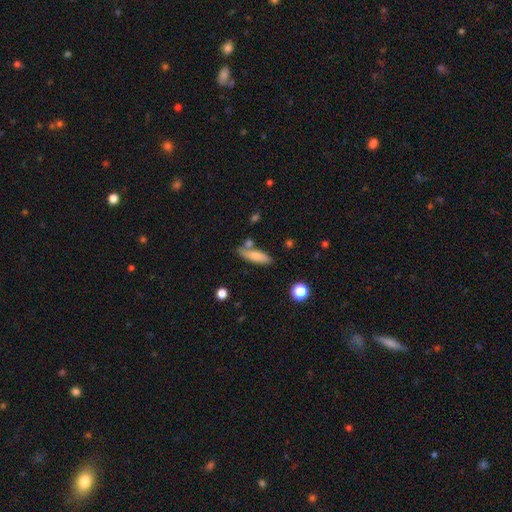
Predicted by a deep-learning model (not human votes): This is likely a smooth galaxy (72%). How rounded: possibly cigar-shaped (54%). Merging: likely none (67%).